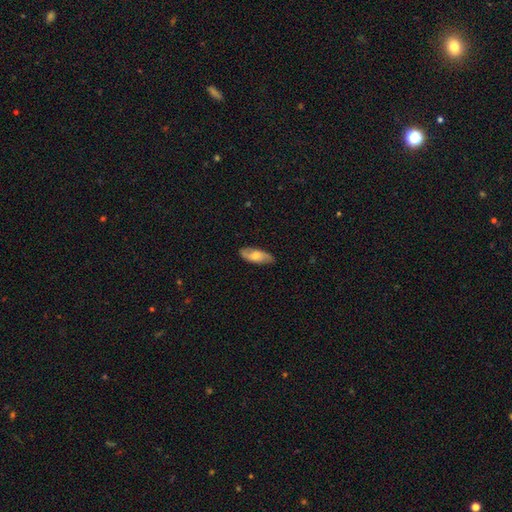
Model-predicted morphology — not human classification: Smooth or featured? Predicted: smooth (p=0.49). Merging? Predicted: none (p=0.82).